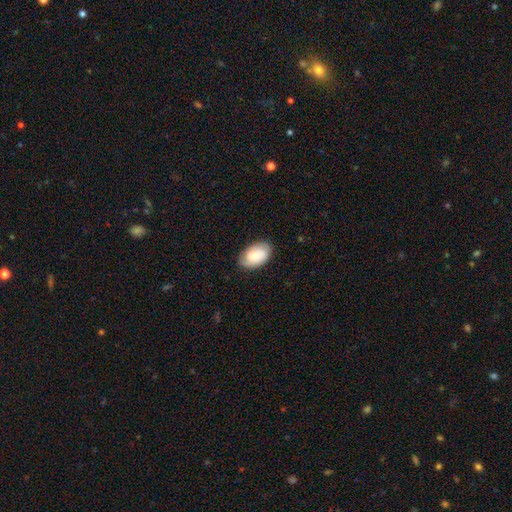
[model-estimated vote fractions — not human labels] Smooth or featured?
  - smooth: 70% *
  - featured or disk: 24%
  - star or artifact: 7%
How rounded?
  - in between: 92% *
  - round: 7%
  - cigar-shaped: 1%
Merging?
  - none: 80% *
  - minor disturbance: 16%
  - major disturbance: 3%
  - merger: 1%